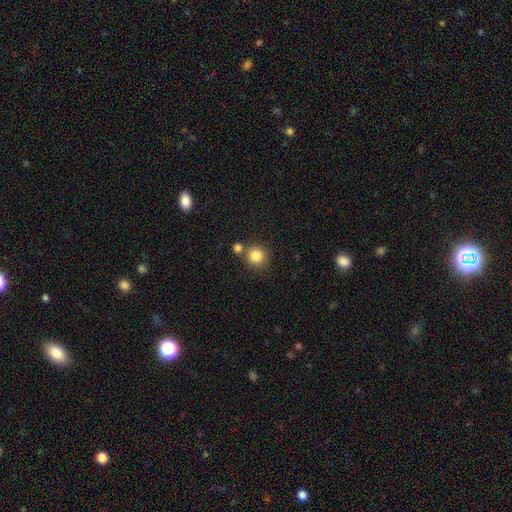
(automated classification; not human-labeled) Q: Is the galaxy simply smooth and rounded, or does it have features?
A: smooth — 84%.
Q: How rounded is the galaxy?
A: round — 92%.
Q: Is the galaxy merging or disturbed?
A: none — 74%.